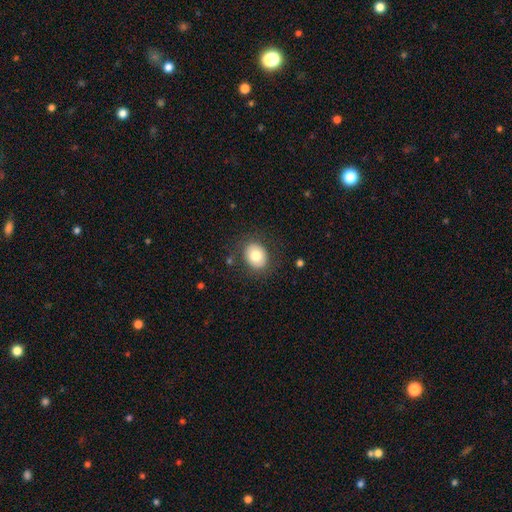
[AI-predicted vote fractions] Smooth or featured? Predicted: smooth (p=0.78). How rounded? Predicted: round (p=0.50). Merging? Predicted: none (p=0.84).